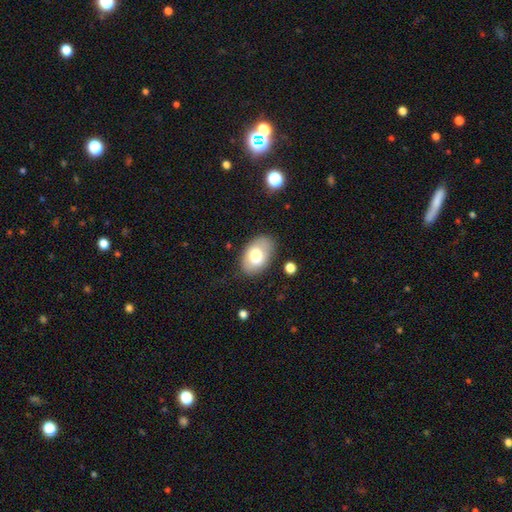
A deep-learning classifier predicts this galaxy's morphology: This appears to be a smooth galaxy with no disk features (72%) that is in between round and cigar-shaped (90%). Merging: none (81%).